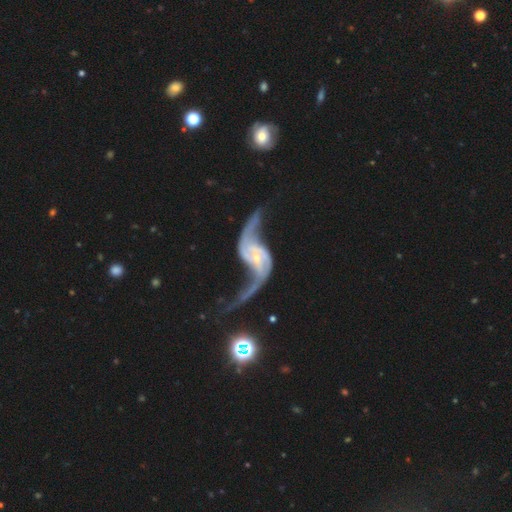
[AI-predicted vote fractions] smooth-or-featured: featured or disk: 91% | star or artifact: 5% | smooth: 4%
  disk-edge-on: no: 96% | yes: 4%
    bar: weak: 39% | no: 37% | strong: 25%
    has-spiral-arms: yes: 96% | no: 4%
      spiral-winding: loose: 87% | medium: 10% | tight: 4%
      spiral-arm-count: 2: 93% | can't tell: 2% | 1: 2% | 3: 1% | 4: 1% | more than 4: 1%
    bulge-size: small: 71% | moderate: 22% | none: 4% | large: 2% | dominant: 1%
  merging: none: 42% | major disturbance: 28% | minor disturbance: 16% | merger: 14%